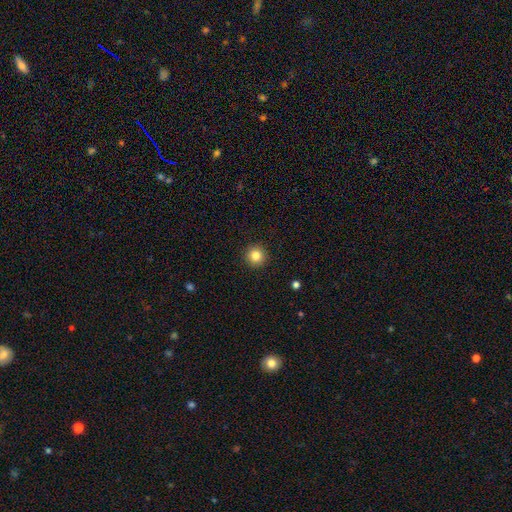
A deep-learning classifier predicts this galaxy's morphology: This appears to be a smooth galaxy with no disk features (83%) that is round (95%). Merging: none (93%).